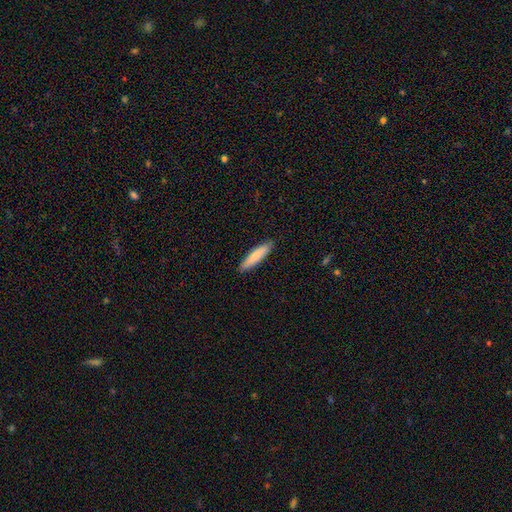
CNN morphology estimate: Smooth or featured? smooth (79%)
How rounded? cigar-shaped (79%)
Merging? none (89%)